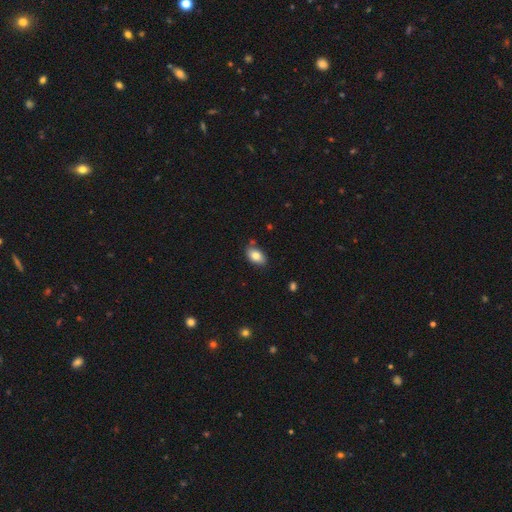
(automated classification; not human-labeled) The model was most divided on "merging": none: 80%, minor disturbance: 14%, merger: 4%, major disturbance: 3%. More confident: how rounded — in between (90%); smooth or featured — smooth (81%).